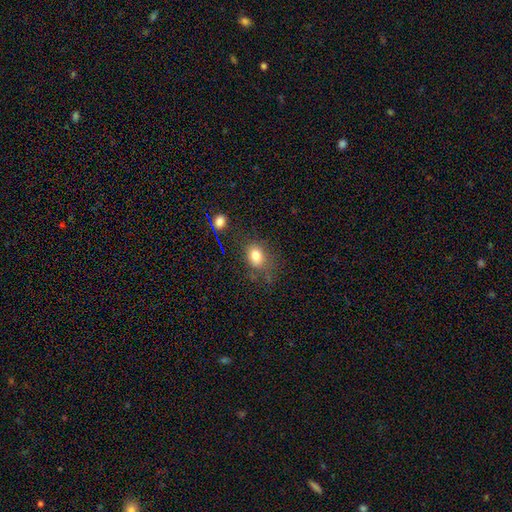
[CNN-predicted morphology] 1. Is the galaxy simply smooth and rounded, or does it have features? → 79% smooth, 12% star or artifact, 8% featured or disk.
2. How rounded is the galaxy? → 57% in between, 41% round, 1% cigar-shaped.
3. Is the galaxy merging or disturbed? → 66% none, 20% minor disturbance, 9% major disturbance, 5% merger.